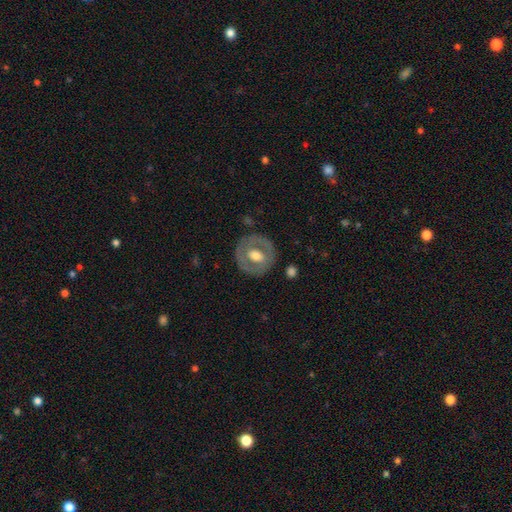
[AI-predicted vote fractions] The model was most divided on "smooth or featured": featured or disk: 53%, smooth: 42%, star or artifact: 6%. More confident: edge-on disk — no (95%); spiral arms — no (86%); merging — none (82%); bar — no (66%); bulge size — moderate (59%).